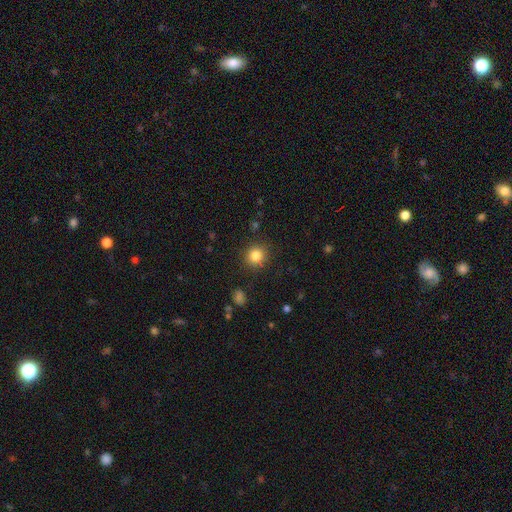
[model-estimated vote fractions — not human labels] smooth 83%, star or artifact 12%, featured or disk 5%. Down the decision tree: how rounded — round (90%); merging — none (88%).